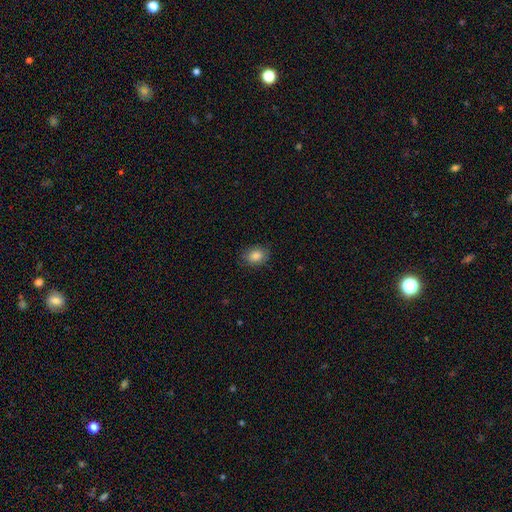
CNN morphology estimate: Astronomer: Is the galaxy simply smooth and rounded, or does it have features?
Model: smooth — 84%.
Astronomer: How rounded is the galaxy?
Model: in between — 55% (runner-up: round, 44%).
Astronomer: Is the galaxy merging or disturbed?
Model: none — 86%.